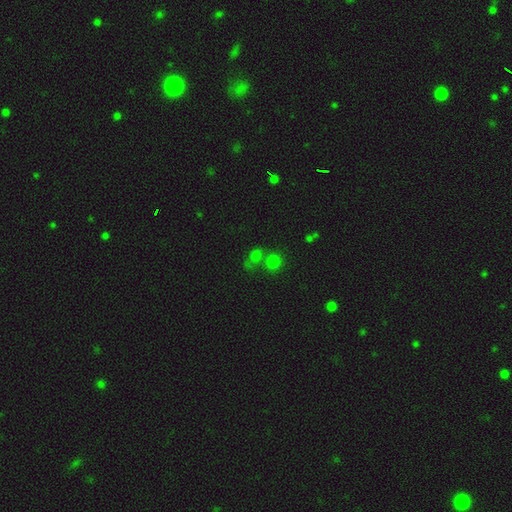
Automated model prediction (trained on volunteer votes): Overall: smooth (64%; star or artifact 28%). How rounded: round (73%). Merging: none (44%; merger 40%).